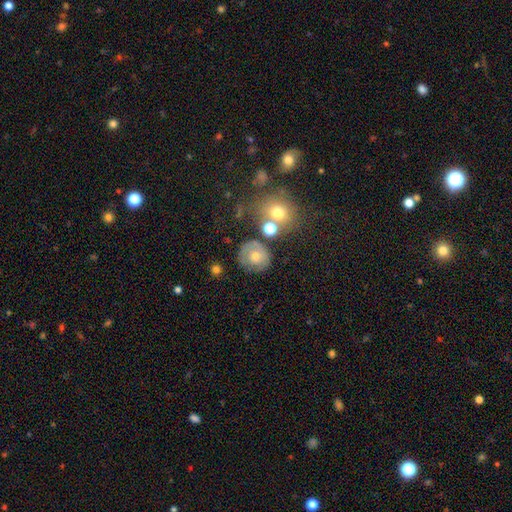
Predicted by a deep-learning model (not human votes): This is possibly a smooth galaxy (49%). Merging: likely none (62%).